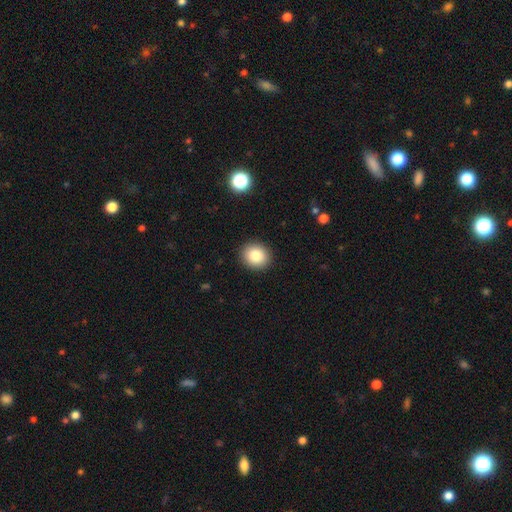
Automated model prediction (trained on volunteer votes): This appears to be a smooth galaxy with no disk features (84%) that is round (81%). Merging: none (92%).